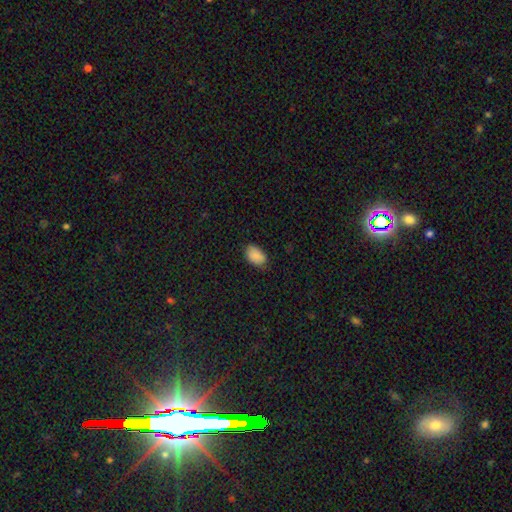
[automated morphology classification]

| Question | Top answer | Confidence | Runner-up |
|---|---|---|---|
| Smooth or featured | smooth | 88% | star or artifact (7%) |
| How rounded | in between | 91% | round (8%) |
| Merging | none | 78% | minor disturbance (18%) |